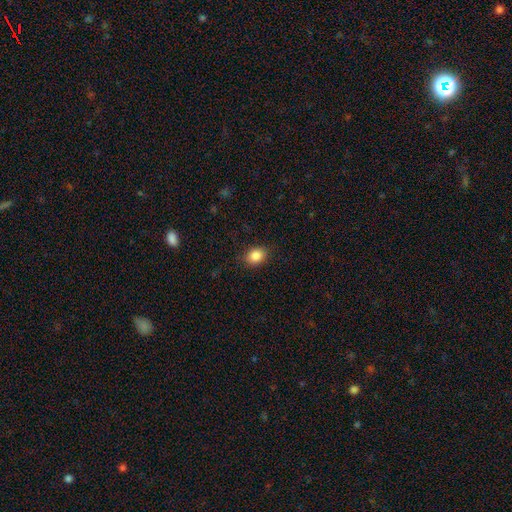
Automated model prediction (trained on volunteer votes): Smooth or featured?
  - smooth: 86% *
  - star or artifact: 9%
  - featured or disk: 5%
How rounded?
  - in between: 62% *
  - round: 37%
  - cigar-shaped: 1%
Merging?
  - none: 85% *
  - minor disturbance: 11%
  - major disturbance: 3%
  - merger: 1%